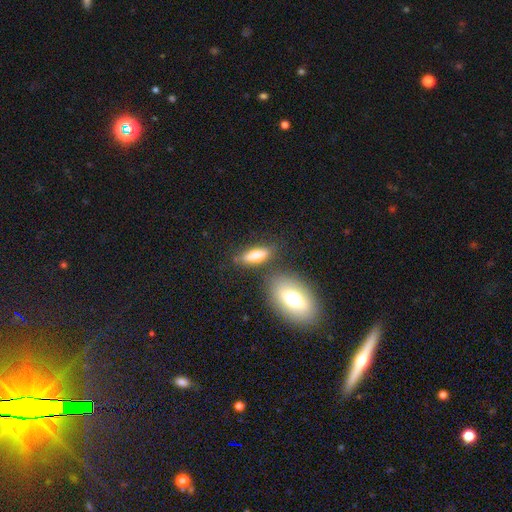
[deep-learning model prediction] A smooth galaxy with no disk features (74%) that is in between round and cigar-shaped (61%). Merging: none (70%).